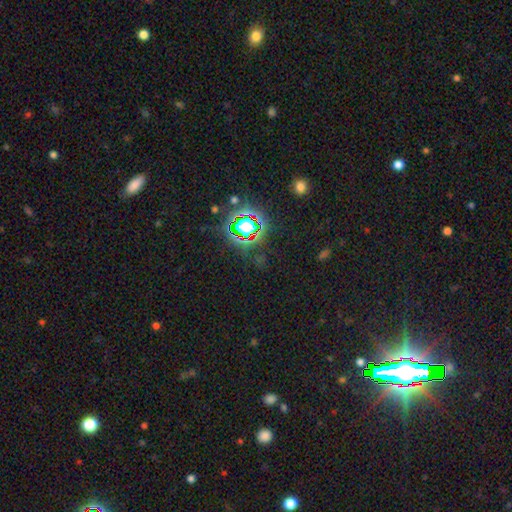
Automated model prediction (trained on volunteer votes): Q: Smooth or featured?
A: star or artifact (81%); runner-up: smooth (11%)